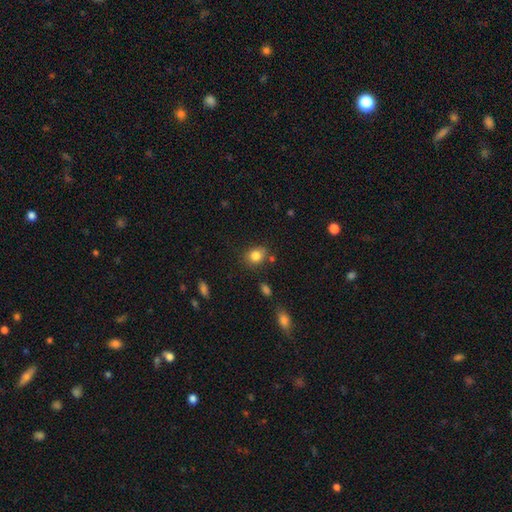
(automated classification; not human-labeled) smooth_or_featured: smooth (p=0.83) [alt: star or artifact p=0.10]
how_rounded: round (p=0.60) [alt: in between p=0.39]
merging: none (p=0.75) [alt: minor disturbance p=0.16]